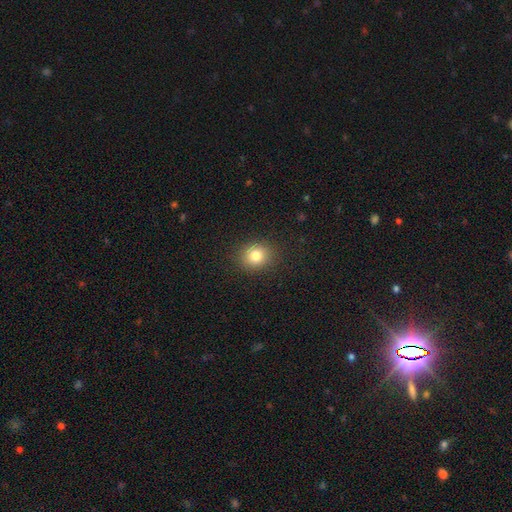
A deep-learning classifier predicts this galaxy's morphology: The model was most divided on "how rounded": round: 73%, in between: 26%, cigar-shaped: 1%. More confident: merging — none (88%); smooth or featured — smooth (80%).